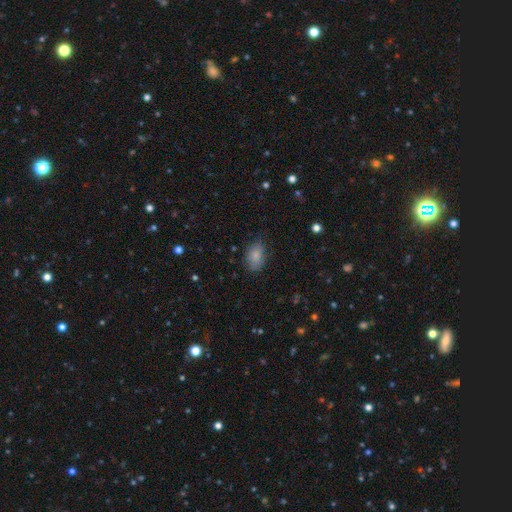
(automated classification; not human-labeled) Smooth or featured?
  - smooth: 83% *
  - star or artifact: 8%
  - featured or disk: 8%
How rounded?
  - in between: 86% *
  - round: 12%
  - cigar-shaped: 1%
Merging?
  - none: 72% *
  - minor disturbance: 21%
  - major disturbance: 5%
  - merger: 1%